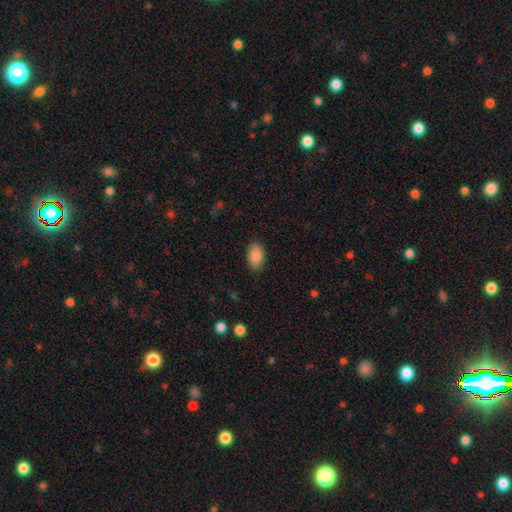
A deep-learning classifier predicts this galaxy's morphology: type=smooth (89%); roundness=in between (92%); merging=none (87%).